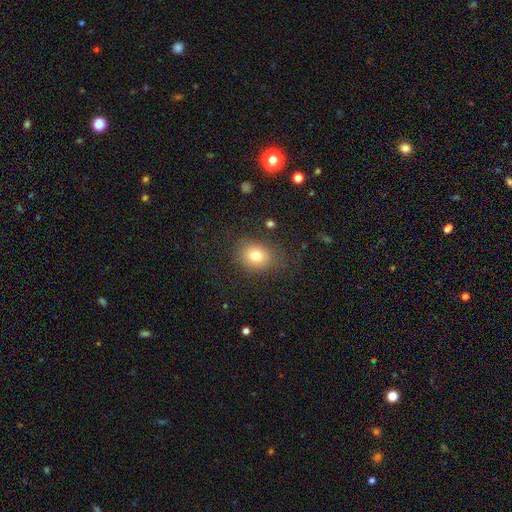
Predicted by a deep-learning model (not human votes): smooth_or_featured: smooth (p=0.77) [alt: star or artifact p=0.12]
how_rounded: round (p=0.57) [alt: in between p=0.42]
merging: none (p=0.79) [alt: minor disturbance p=0.13]